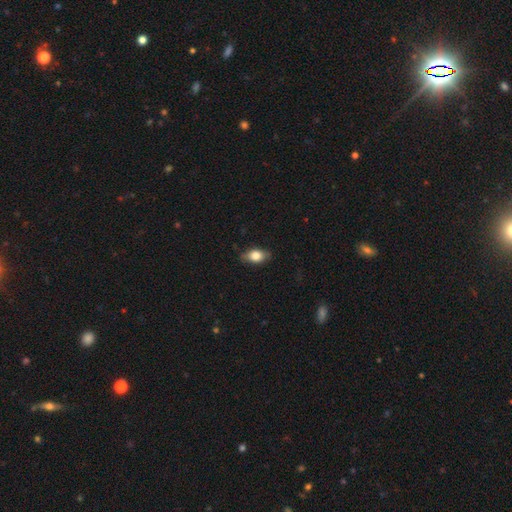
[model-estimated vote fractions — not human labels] This is likely a smooth galaxy (75%). How rounded: clearly in between (84%). Merging: clearly none (82%).